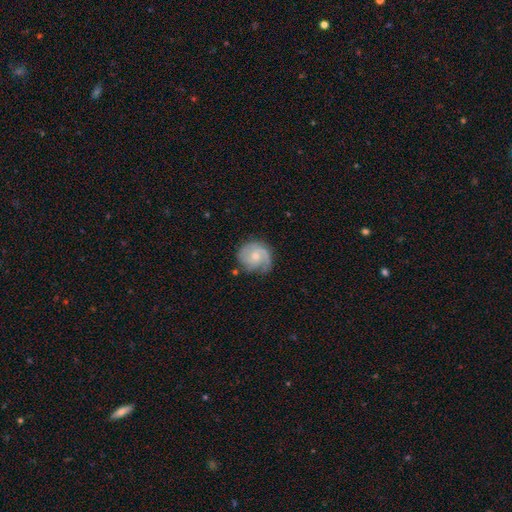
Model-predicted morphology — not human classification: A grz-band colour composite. It shows a featured or disk galaxy (74%) with no bar (69%), 2 (47%) tight (43%) spiral arms (94%) and a small central bulge (57%). Merging: none (69%).